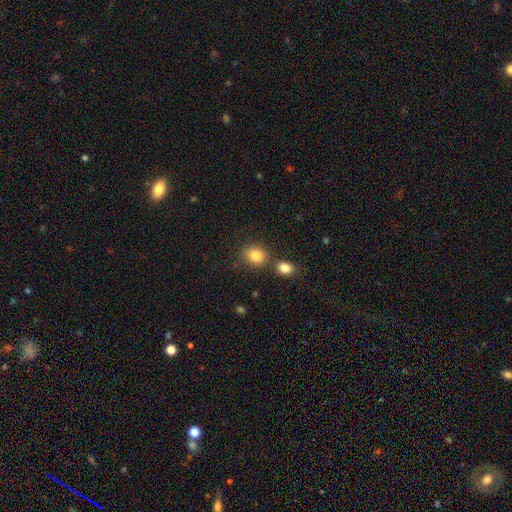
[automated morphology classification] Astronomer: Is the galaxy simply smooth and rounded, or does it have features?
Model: smooth — 85%.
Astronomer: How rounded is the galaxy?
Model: round — 61% (runner-up: in between, 38%).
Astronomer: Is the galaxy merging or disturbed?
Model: none — 69%.